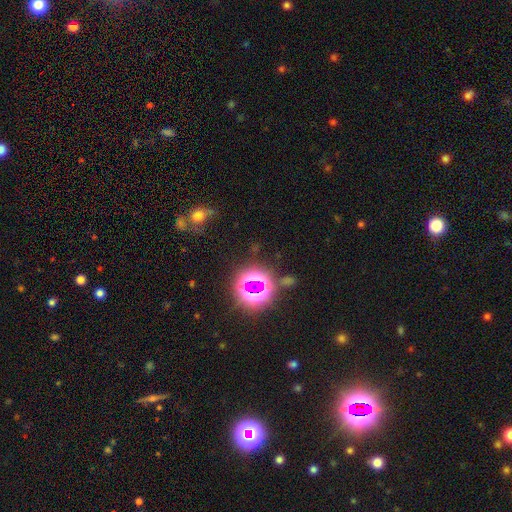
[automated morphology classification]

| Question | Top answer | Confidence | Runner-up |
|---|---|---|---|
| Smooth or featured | star or artifact | 68% | smooth (19%) |